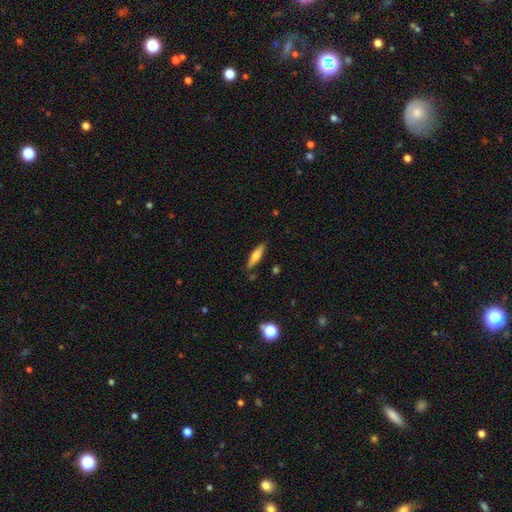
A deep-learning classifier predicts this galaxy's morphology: Overall: smooth (61%; featured or disk 32%). How rounded: cigar-shaped (68%; in between 30%). Merging: none (85%).